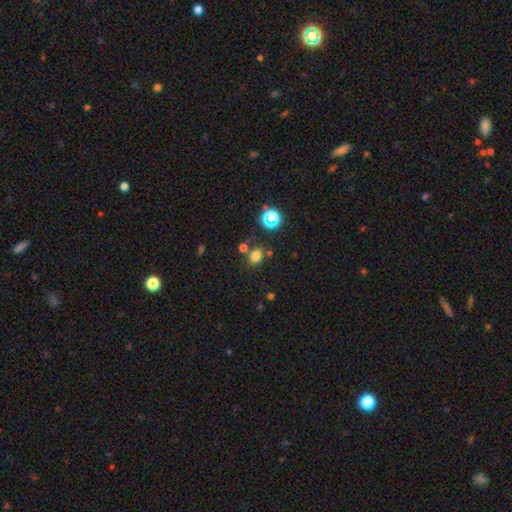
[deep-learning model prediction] This is likely a smooth galaxy (74%). How rounded: possibly in between (51%). Merging: likely none (71%).